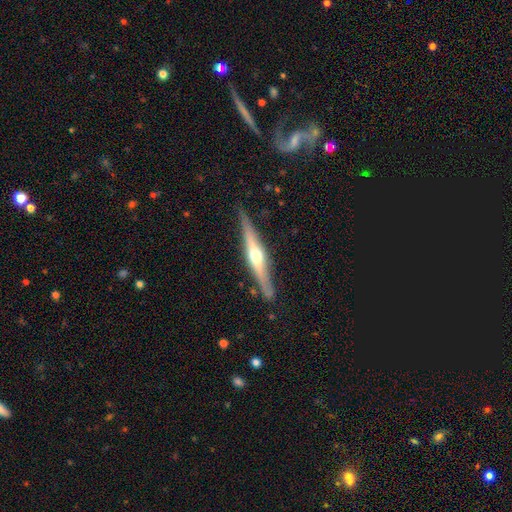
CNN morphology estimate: Smooth or featured? featured or disk (72%)
Edge-on disk? yes (97%)
Edge-on bulge? rounded (91%)
Merging? none (86%)